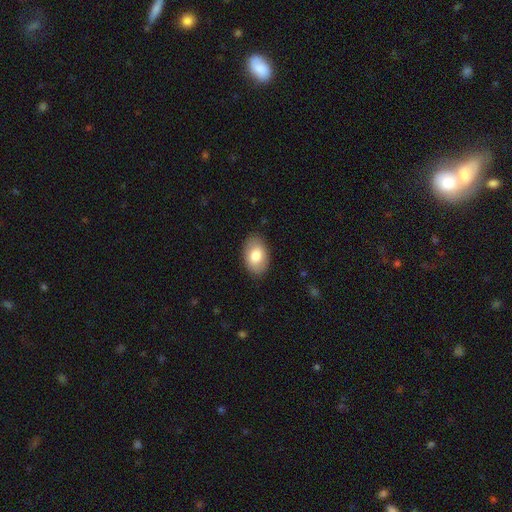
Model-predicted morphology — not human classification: Q: Smooth or featured?
A: smooth (79%); runner-up: featured or disk (14%)
Q: How rounded?
A: in between (90%); runner-up: round (8%)
Q: Merging?
A: none (86%); runner-up: minor disturbance (10%)